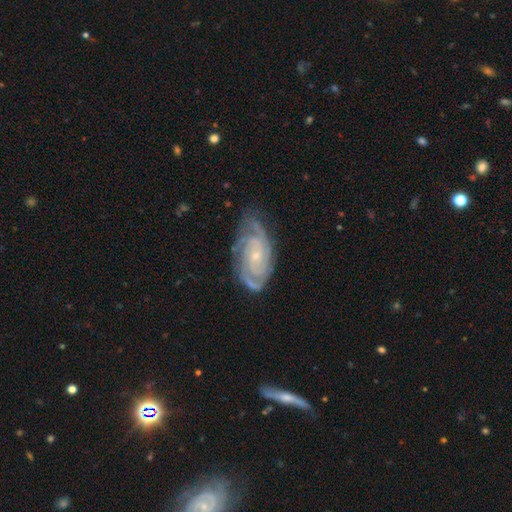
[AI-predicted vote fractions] Q: Smooth or featured?
A: featured or disk (88%); runner-up: smooth (7%)
Q: Edge-on disk?
A: no (96%); runner-up: yes (4%)
Q: Bar?
A: no (70%); runner-up: weak (24%)
Q: Spiral arms?
A: yes (98%); runner-up: no (2%)
Q: Spiral winding?
A: tight (66%); runner-up: medium (29%)
Q: Spiral arm count?
A: 3 (32%); runner-up: 2 (30%)
Q: Bulge size?
A: small (78%); runner-up: moderate (18%)
Q: Merging?
A: none (71%); runner-up: minor disturbance (21%)